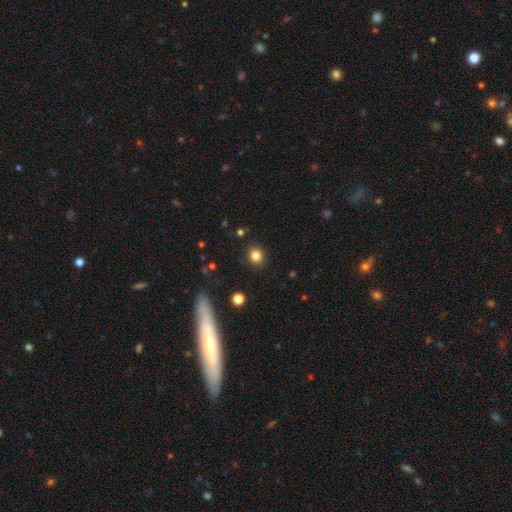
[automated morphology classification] Smooth or featured? Predicted: smooth (p=0.83). How rounded? Predicted: round (p=0.72). Merging? Predicted: none (p=0.88).